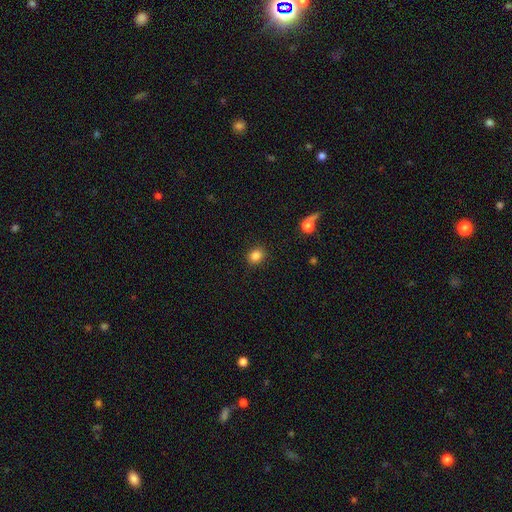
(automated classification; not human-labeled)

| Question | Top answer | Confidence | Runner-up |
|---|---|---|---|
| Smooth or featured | smooth | 85% | star or artifact (11%) |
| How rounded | round | 64% | in between (35%) |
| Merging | none | 89% | minor disturbance (7%) |